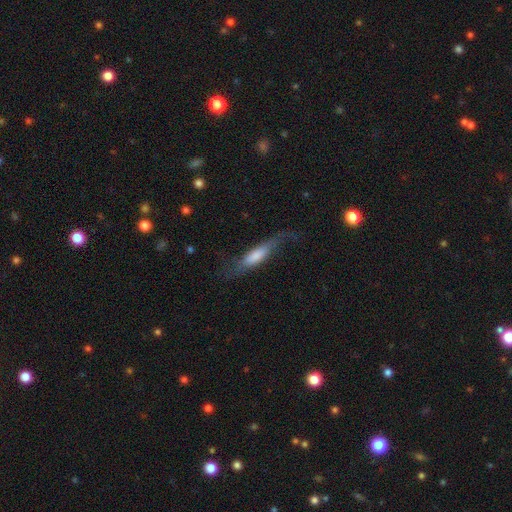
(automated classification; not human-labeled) A featured or disk galaxy (54%) viewed edge-on (51%).

Vote fractions:
- Smooth or featured? featured or disk: 54% / smooth: 37% / star or artifact: 9%
- Edge-on disk? yes: 51% / no: 49%
- Merging? none: 54% / minor disturbance: 23% / major disturbance: 20% / merger: 2%